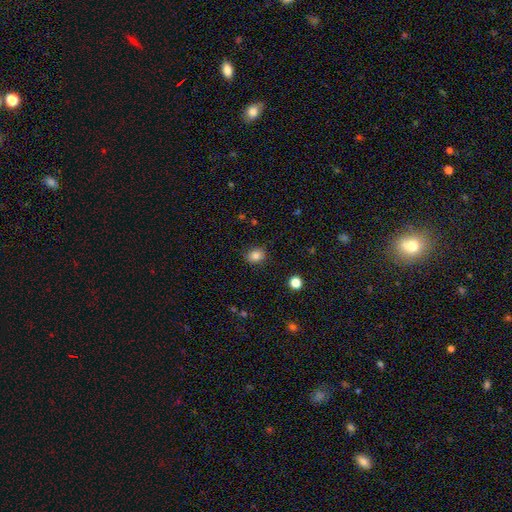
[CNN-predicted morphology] This is clearly a smooth galaxy (83%). How rounded: possibly round (54%). Merging: clearly none (86%).